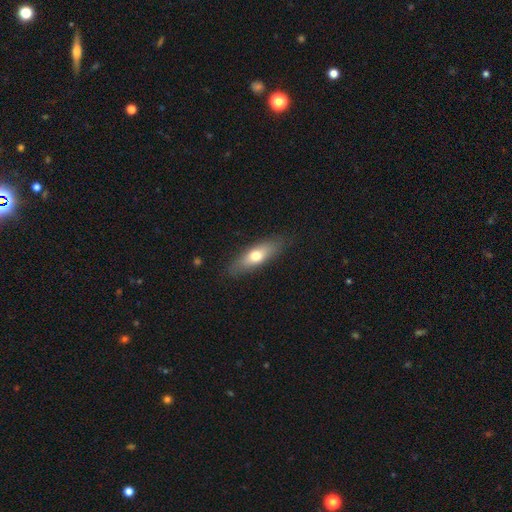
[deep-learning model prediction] Overall: smooth (64%; featured or disk 30%). How rounded: in between (53%; cigar-shaped 44%). Merging: none (84%).